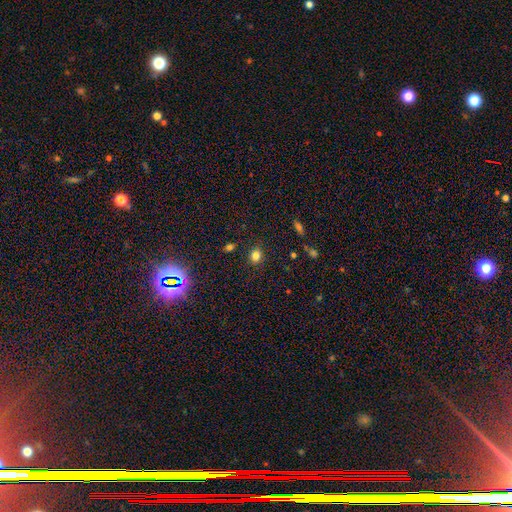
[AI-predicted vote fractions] smooth-or-featured: smooth: 79% | star or artifact: 15% | featured or disk: 6%
  how-rounded: round: 67% | in between: 32% | cigar-shaped: 1%
  merging: none: 87% | minor disturbance: 8% | major disturbance: 3% | merger: 2%